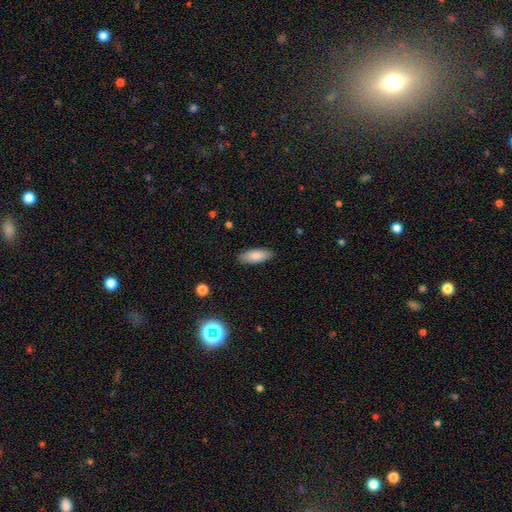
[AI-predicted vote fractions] Q: Smooth or featured?
A: smooth (85%); runner-up: featured or disk (9%)
Q: How rounded?
A: in between (74%); runner-up: cigar-shaped (24%)
Q: Merging?
A: none (88%); runner-up: minor disturbance (9%)